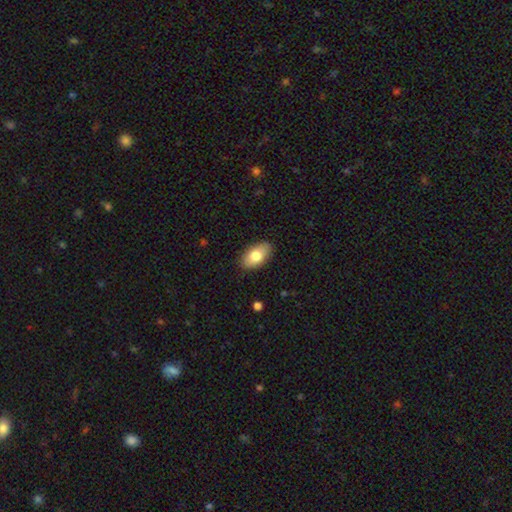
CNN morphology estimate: Smooth or featured: smooth — 78% (featured or disk — 16%)
How rounded: in between — 93% (round — 4%)
Merging: none — 87% (minor disturbance — 10%)